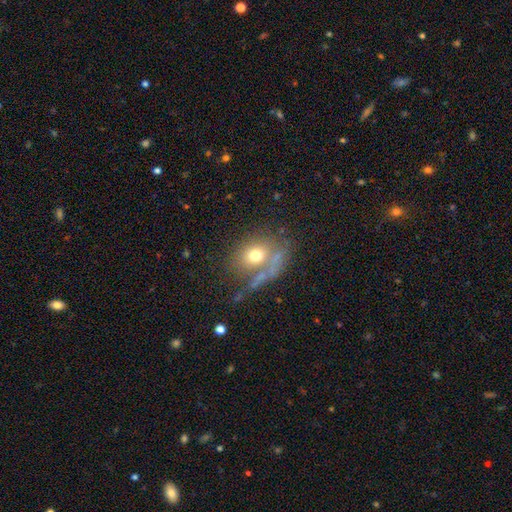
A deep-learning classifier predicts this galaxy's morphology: A smooth galaxy with no disk features (67%) that is in between round and cigar-shaped (51%). Merging: none (43%).